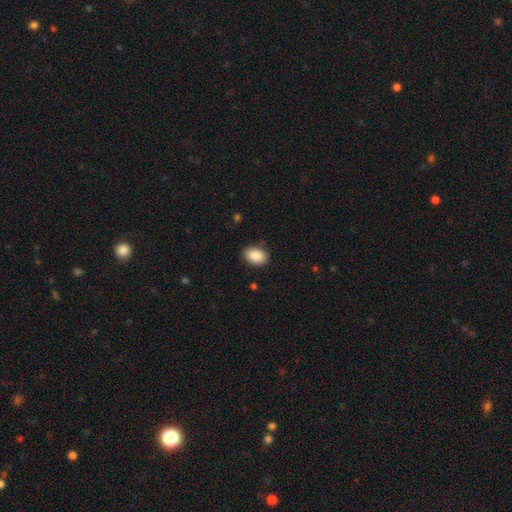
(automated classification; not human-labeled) This is clearly a smooth galaxy (88%). How rounded: clearly in between (85%). Merging: clearly none (86%).